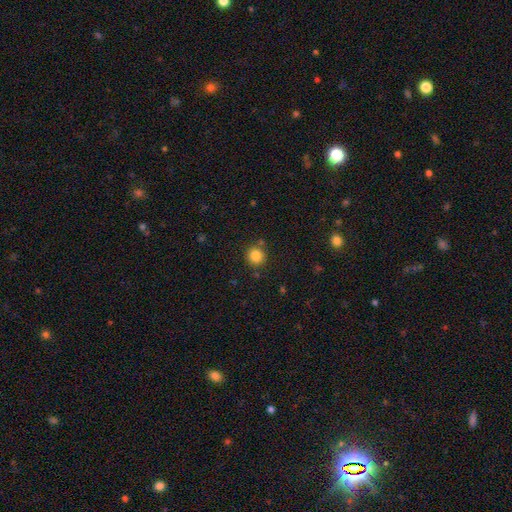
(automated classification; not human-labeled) This is clearly a smooth galaxy (84%). How rounded: clearly round (92%). Merging: clearly none (83%).